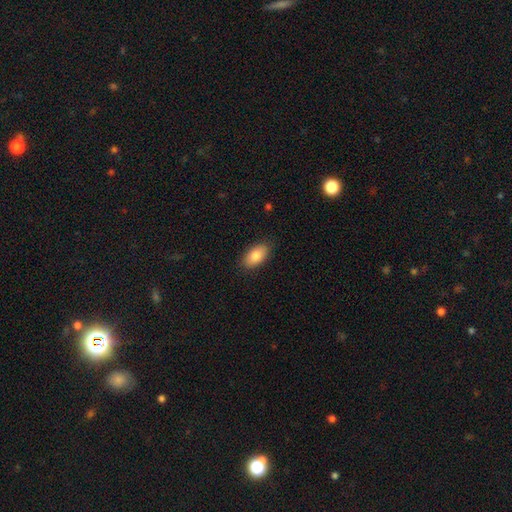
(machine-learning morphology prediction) type=smooth (84%); roundness=in between (94%); merging=none (87%).